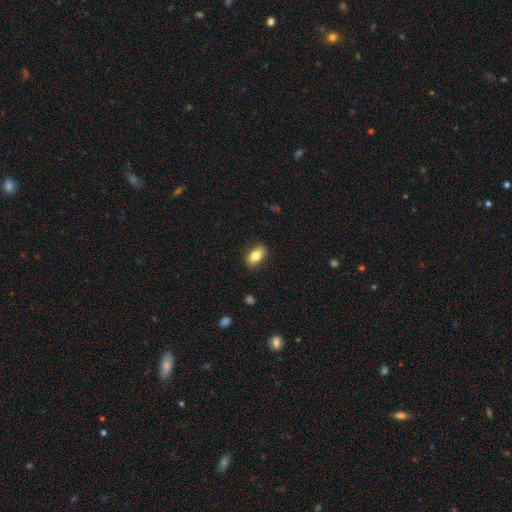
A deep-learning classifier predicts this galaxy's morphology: Smooth or featured? smooth (82%)
How rounded? in between (87%)
Merging? none (87%)